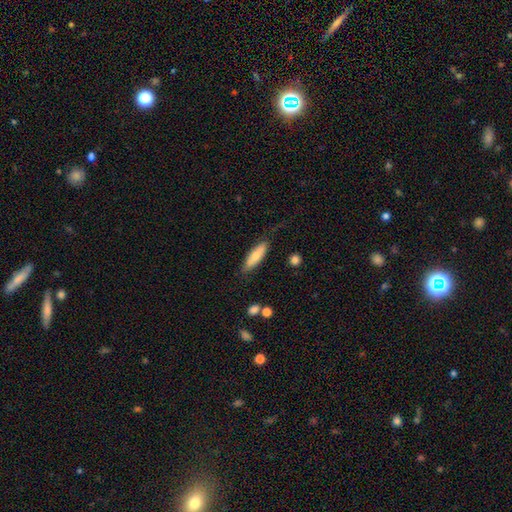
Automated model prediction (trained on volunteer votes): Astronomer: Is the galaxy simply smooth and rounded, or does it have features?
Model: smooth — 72%.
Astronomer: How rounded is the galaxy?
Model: cigar-shaped — 50% (runner-up: in between, 48%).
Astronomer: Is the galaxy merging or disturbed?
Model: none — 76%.